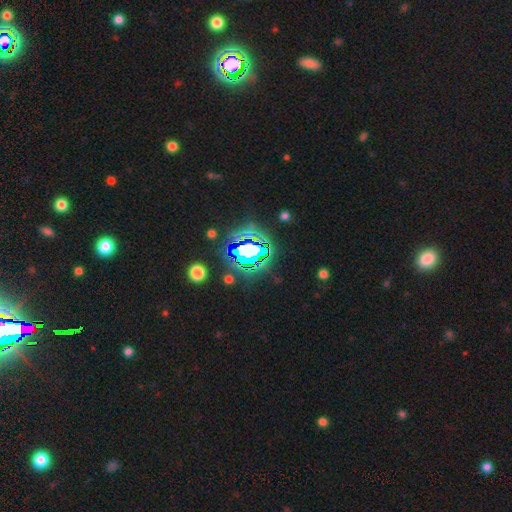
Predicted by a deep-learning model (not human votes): smooth_or_featured: star or artifact (p=0.80) [alt: smooth p=0.12]